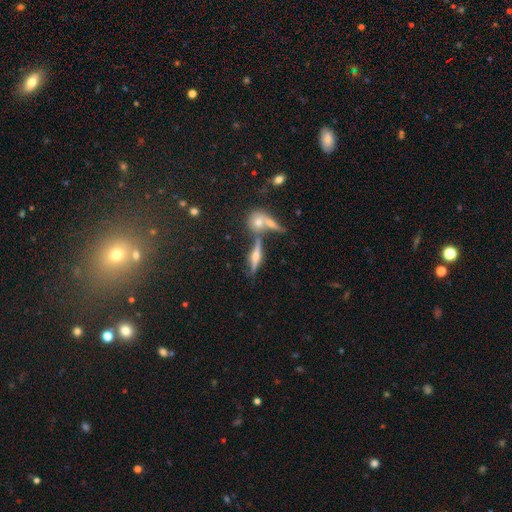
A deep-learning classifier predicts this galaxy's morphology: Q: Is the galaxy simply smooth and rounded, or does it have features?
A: featured or disk — 66%.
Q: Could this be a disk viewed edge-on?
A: yes — 93%.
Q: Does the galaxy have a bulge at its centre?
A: rounded — 88%.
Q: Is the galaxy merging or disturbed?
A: none — 66%.